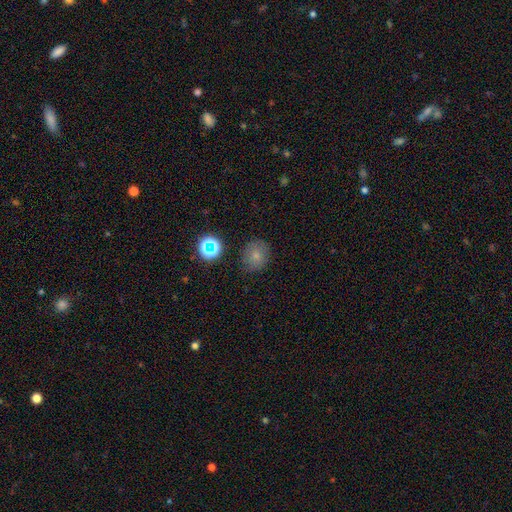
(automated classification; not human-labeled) Q: Smooth or featured?
A: smooth (72%); runner-up: star or artifact (17%)
Q: How rounded?
A: round (75%); runner-up: in between (24%)
Q: Merging?
A: none (79%); runner-up: minor disturbance (14%)